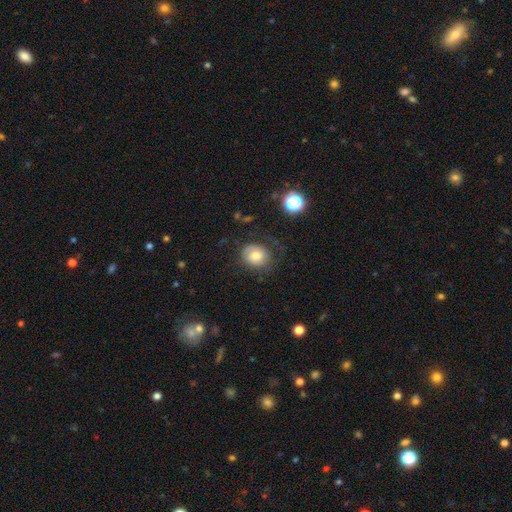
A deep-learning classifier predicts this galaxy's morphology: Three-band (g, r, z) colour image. It shows a smooth galaxy with no disk features (62%) that is round (65%). Merging: none (57%).